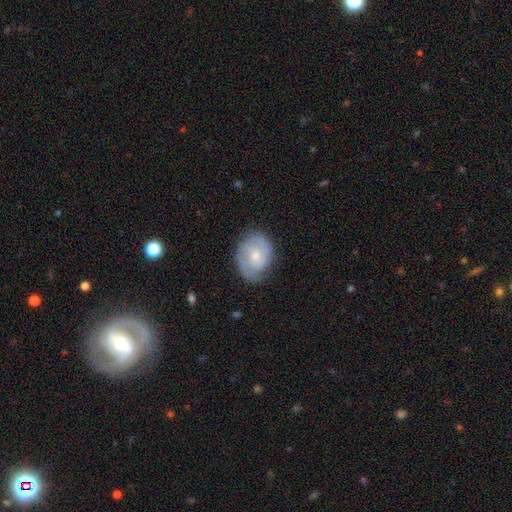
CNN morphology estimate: Overall: featured or disk (71%). Edge-on disk: no (97%). Bar: no (62%; weak 33%). Spiral arms: yes (91%). Spiral arm count: 2 (59%; can't tell 20%). Spiral winding: tight (50%; medium 39%). Bulge size: small (57%; moderate 39%). Merging: none (74%).